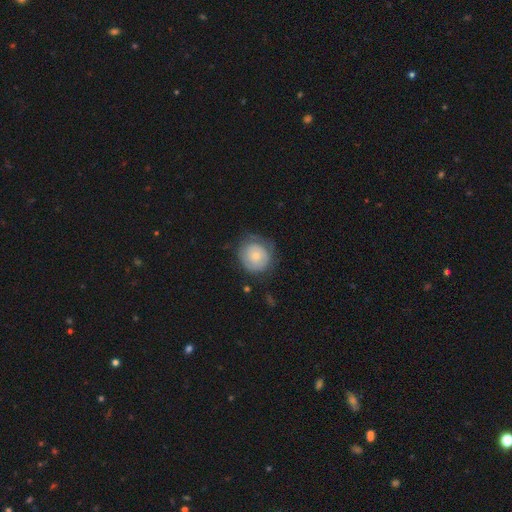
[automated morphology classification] The model was most divided on "smooth or featured": smooth: 57%, featured or disk: 37%, star or artifact: 7%. More confident: how rounded — round (87%); merging — none (62%).